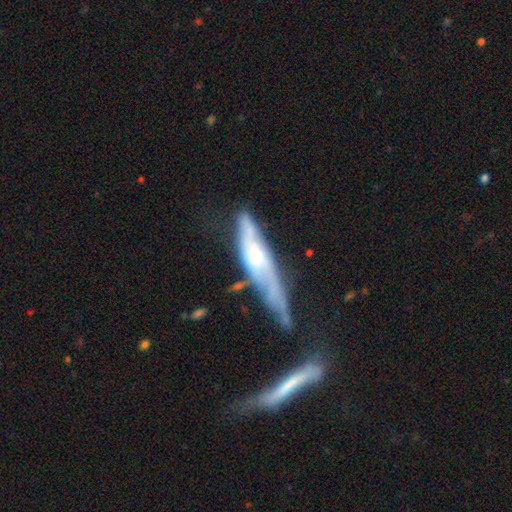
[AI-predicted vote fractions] Smooth or featured? Predicted: featured or disk (p=0.64). Edge-on disk? Predicted: yes (p=0.52). Merging? Predicted: none (p=0.35).